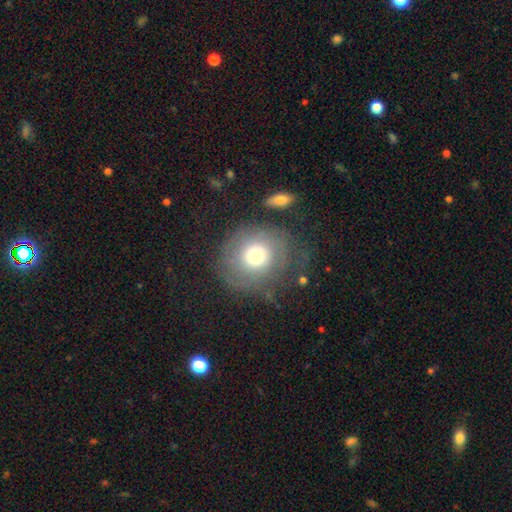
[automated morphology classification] The model was most divided on "smooth or featured": smooth: 47%, featured or disk: 43%, star or artifact: 10%. More confident: merging — none (63%).